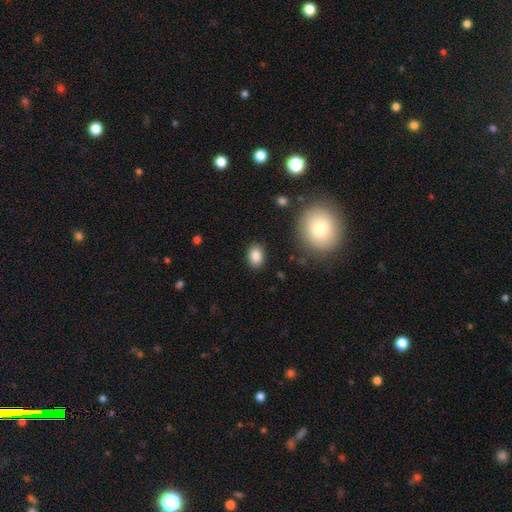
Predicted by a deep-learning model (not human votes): Smooth or featured?
  - smooth: 85% *
  - star or artifact: 9%
  - featured or disk: 6%
How rounded?
  - in between: 75% *
  - round: 24%
  - cigar-shaped: 1%
Merging?
  - none: 87% *
  - minor disturbance: 9%
  - major disturbance: 3%
  - merger: 2%